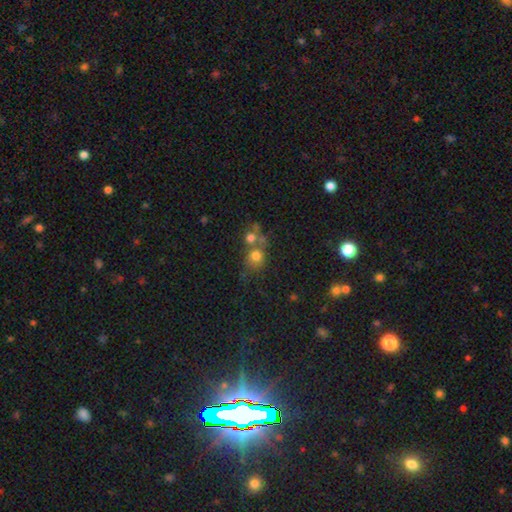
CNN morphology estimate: Smooth or featured? Predicted: smooth (p=0.71). How rounded? Predicted: round (p=0.80). Merging? Predicted: merger (p=0.43).